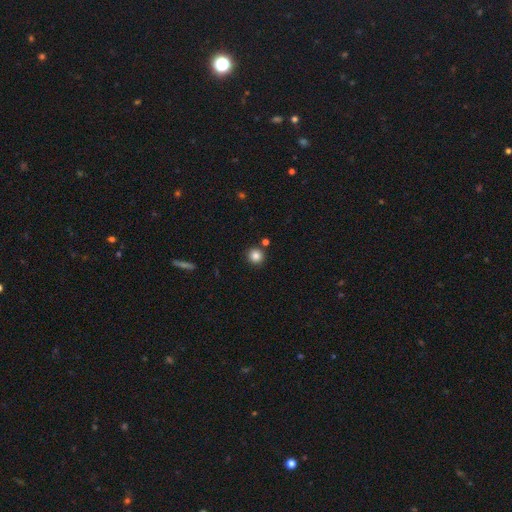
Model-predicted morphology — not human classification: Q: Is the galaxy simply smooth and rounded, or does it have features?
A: smooth — 84%.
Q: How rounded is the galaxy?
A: round — 94%.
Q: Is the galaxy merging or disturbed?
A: none — 86%.